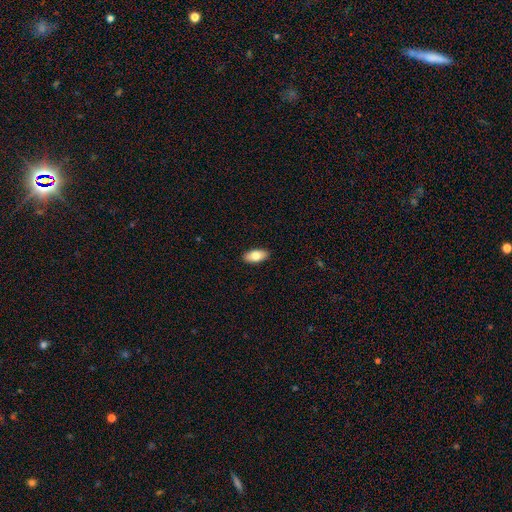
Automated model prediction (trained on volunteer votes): Smooth or featured? smooth (79%)
How rounded? in between (91%)
Merging? none (90%)